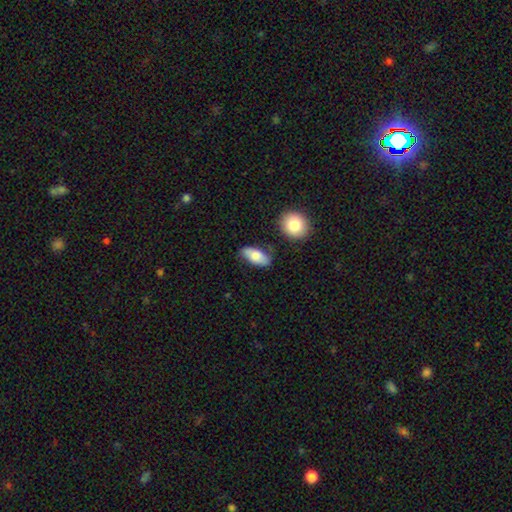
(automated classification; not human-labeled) Smooth or featured? smooth (76%)
How rounded? in between (87%)
Merging? none (70%)